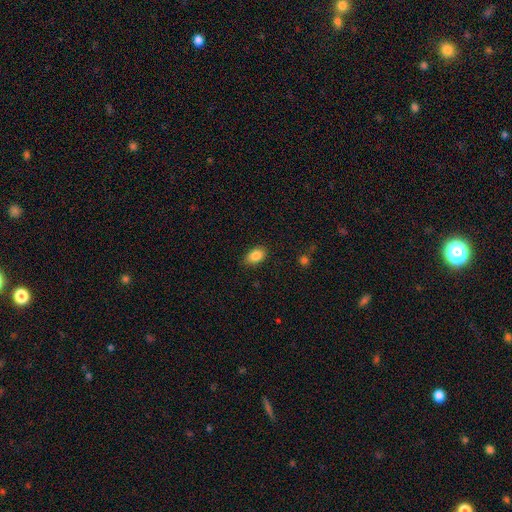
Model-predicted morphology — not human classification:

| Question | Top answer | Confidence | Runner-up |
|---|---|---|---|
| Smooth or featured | smooth | 87% | star or artifact (8%) |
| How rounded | in between | 87% | round (12%) |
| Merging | none | 85% | minor disturbance (12%) |